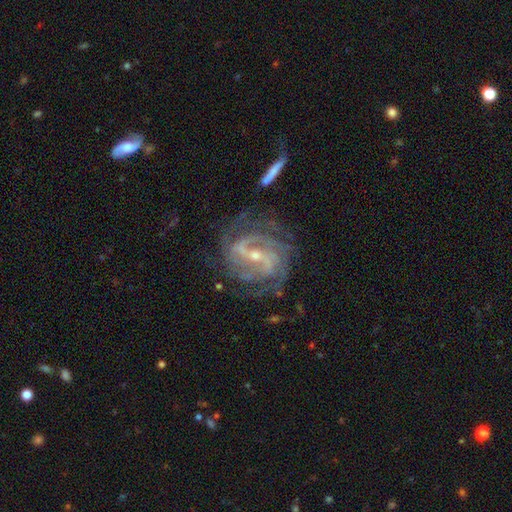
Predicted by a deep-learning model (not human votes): This appears to be a featured or disk galaxy (91%) with a strong bar (52%), 2 (32%) tight (52%) spiral arms (97%) and a small central bulge (68%). Merging: none (69%).